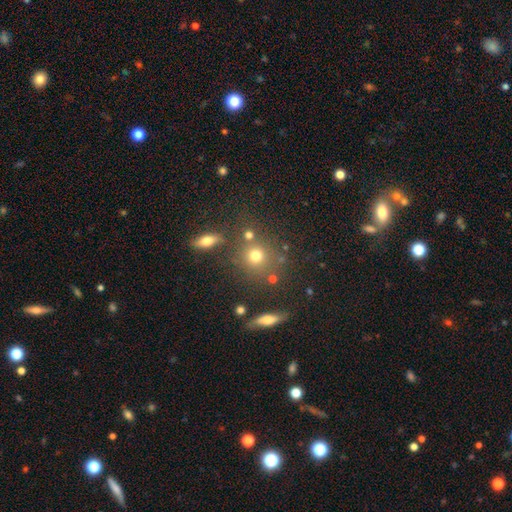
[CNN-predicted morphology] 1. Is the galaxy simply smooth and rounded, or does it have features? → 72% smooth, 17% star or artifact, 11% featured or disk.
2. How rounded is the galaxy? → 84% round, 14% in between, 2% cigar-shaped.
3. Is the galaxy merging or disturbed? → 69% none, 14% merger, 11% minor disturbance, 5% major disturbance.